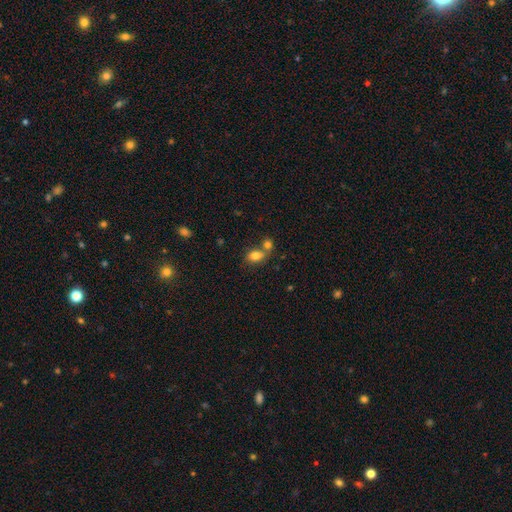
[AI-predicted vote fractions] Smooth or featured? Predicted: smooth (p=0.80). How rounded? Predicted: in between (p=0.74). Merging? Predicted: none (p=0.46).